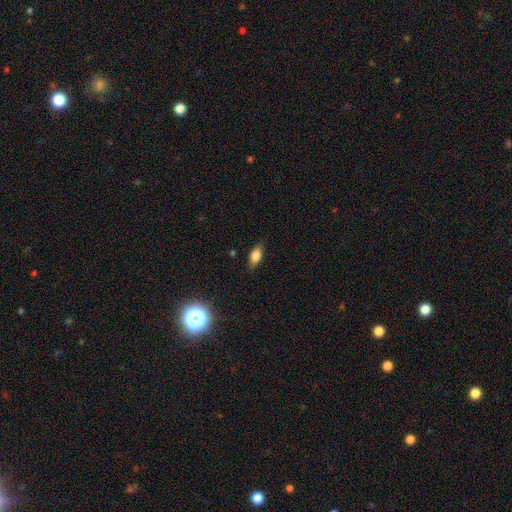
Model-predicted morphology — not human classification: Smooth or featured?
  - smooth: 75% *
  - featured or disk: 16%
  - star or artifact: 9%
How rounded?
  - in between: 82% *
  - cigar-shaped: 13%
  - round: 5%
Merging?
  - none: 82% *
  - minor disturbance: 14%
  - major disturbance: 3%
  - merger: 1%